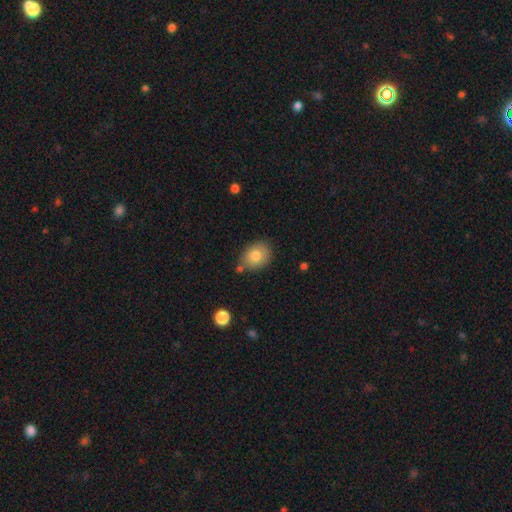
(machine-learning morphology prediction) Smooth or featured? Predicted: smooth (p=0.79). How rounded? Predicted: in between (p=0.56). Merging? Predicted: none (p=0.73).